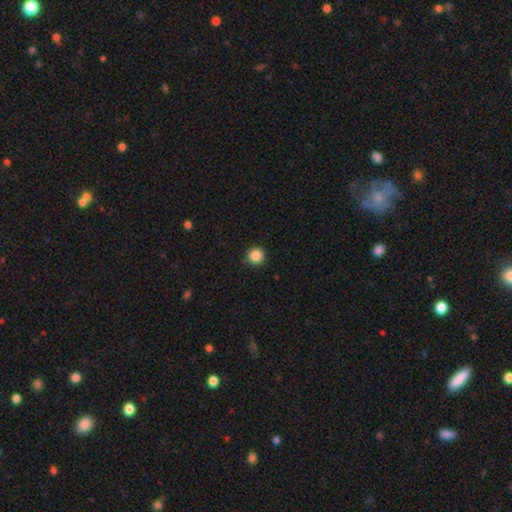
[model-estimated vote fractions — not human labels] Overall: smooth (86%). How rounded: round (96%). Merging: none (90%).